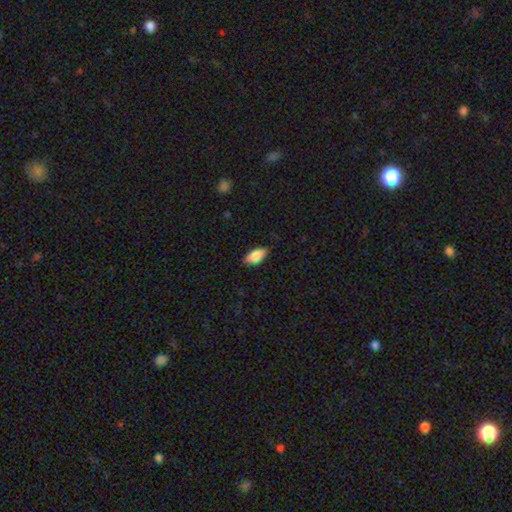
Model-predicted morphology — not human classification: Smooth or featured?
  - smooth: 85% *
  - featured or disk: 9%
  - star or artifact: 7%
How rounded?
  - in between: 91% *
  - cigar-shaped: 6%
  - round: 3%
Merging?
  - none: 82% *
  - minor disturbance: 14%
  - major disturbance: 3%
  - merger: 1%